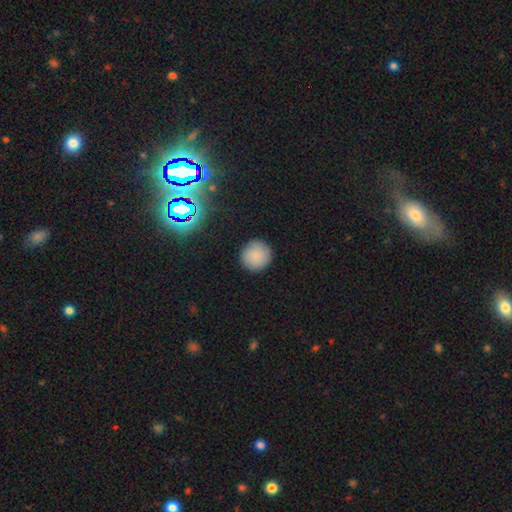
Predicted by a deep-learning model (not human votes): smooth-or-featured: smooth: 85% | star or artifact: 10% | featured or disk: 5%
  how-rounded: round: 95% | in between: 4% | cigar-shaped: 1%
  merging: none: 90% | minor disturbance: 7% | major disturbance: 2% | merger: 1%